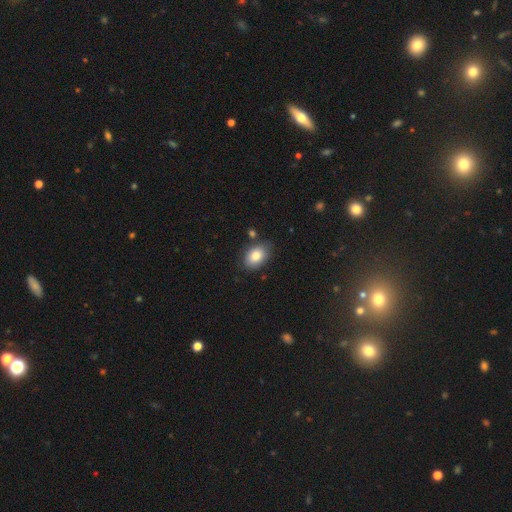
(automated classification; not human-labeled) smooth 83%, featured or disk 10%, star or artifact 8%. Down the decision tree: how rounded — in between (82%); merging — none (79%).